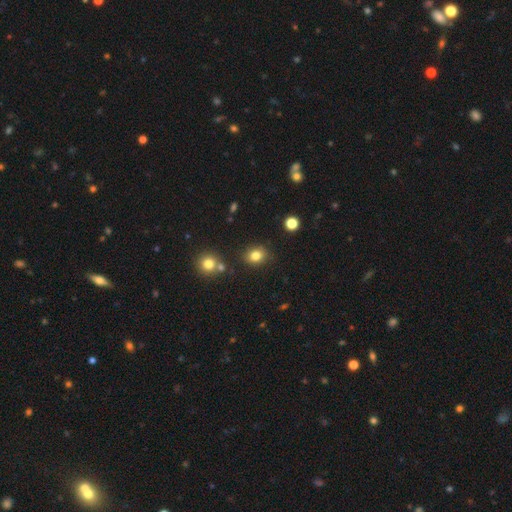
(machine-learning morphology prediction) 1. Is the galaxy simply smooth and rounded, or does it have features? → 81% smooth, 12% star or artifact, 6% featured or disk.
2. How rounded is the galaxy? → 60% round, 39% in between, 1% cigar-shaped.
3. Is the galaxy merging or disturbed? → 83% none, 10% minor disturbance, 4% merger, 3% major disturbance.